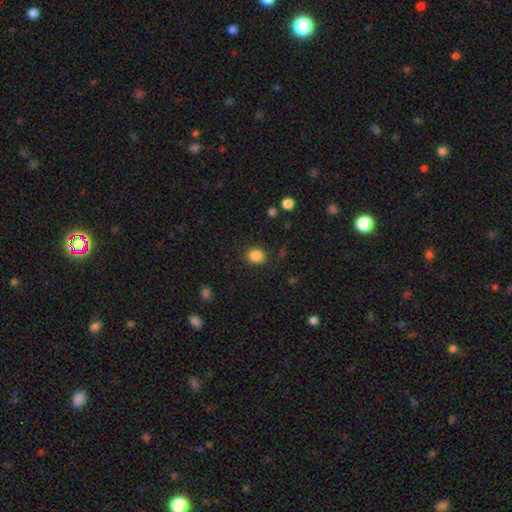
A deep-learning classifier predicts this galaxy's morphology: This appears to be a smooth galaxy with no disk features (86%) that is round (82%). Merging: none (89%).